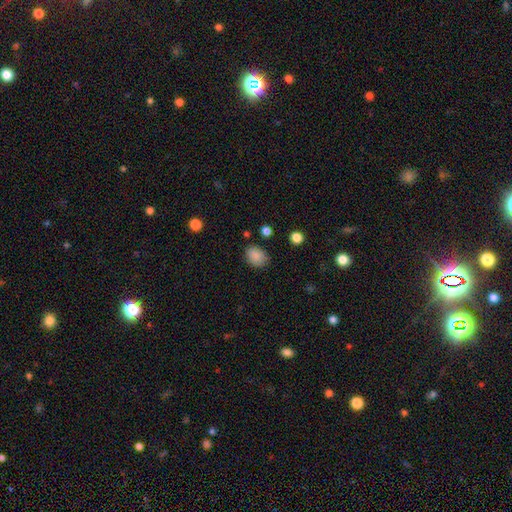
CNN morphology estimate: smooth_or_featured: smooth (p=0.87) [alt: star or artifact p=0.09]
how_rounded: in between (p=0.54) [alt: round p=0.45]
merging: none (p=0.81) [alt: minor disturbance p=0.14]